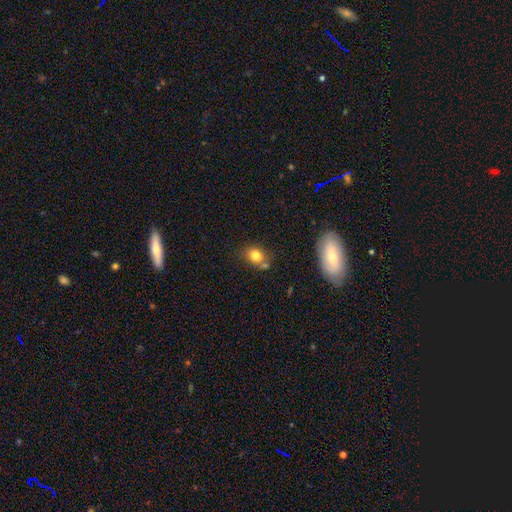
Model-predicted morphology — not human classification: Smooth or featured? Predicted: smooth (p=0.79). How rounded? Predicted: round (p=0.57). Merging? Predicted: none (p=0.60).